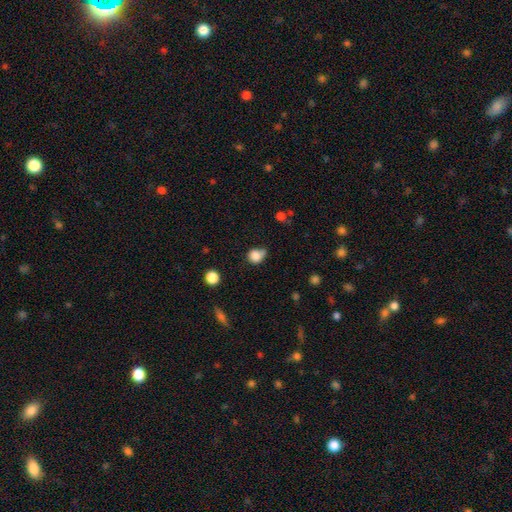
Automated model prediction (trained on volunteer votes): smooth-or-featured: smooth: 83% | star or artifact: 10% | featured or disk: 7%
  how-rounded: round: 72% | in between: 27% | cigar-shaped: 1%
  merging: none: 46% | minor disturbance: 30% | merger: 13% | major disturbance: 11%